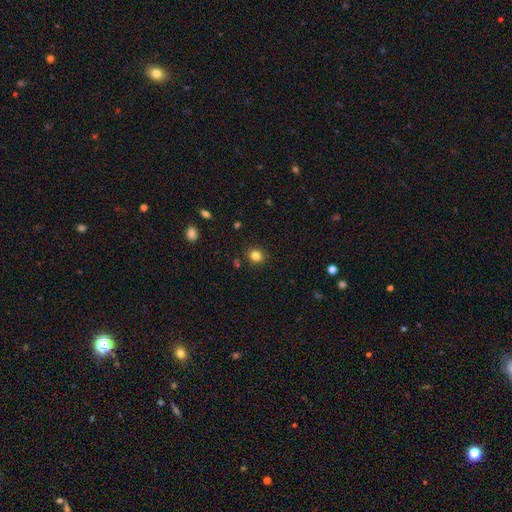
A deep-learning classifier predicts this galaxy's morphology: The model was most divided on "how rounded": round: 77%, in between: 22%, cigar-shaped: 1%. More confident: merging — none (88%); smooth or featured — smooth (82%).